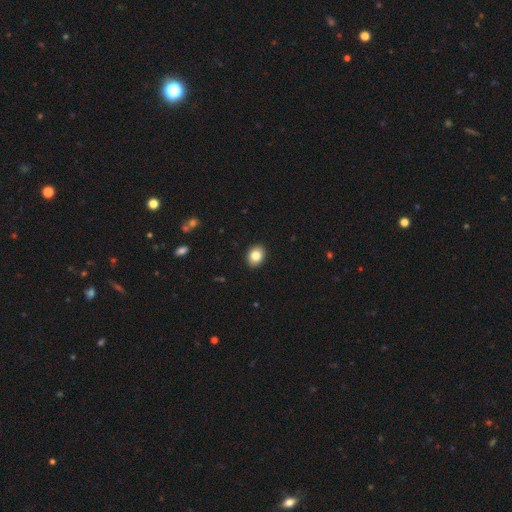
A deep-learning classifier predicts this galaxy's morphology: A smooth galaxy with no disk features (84%) that is in between round and cigar-shaped (57%). Merging: none (91%).